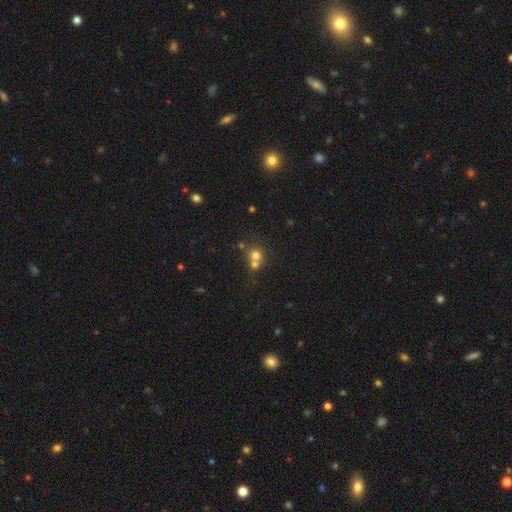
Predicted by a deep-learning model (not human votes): smooth_or_featured: smooth (p=0.69) [alt: star or artifact p=0.17]
how_rounded: round (p=0.84) [alt: in between p=0.15]
merging: merger (p=0.54) [alt: none p=0.38]